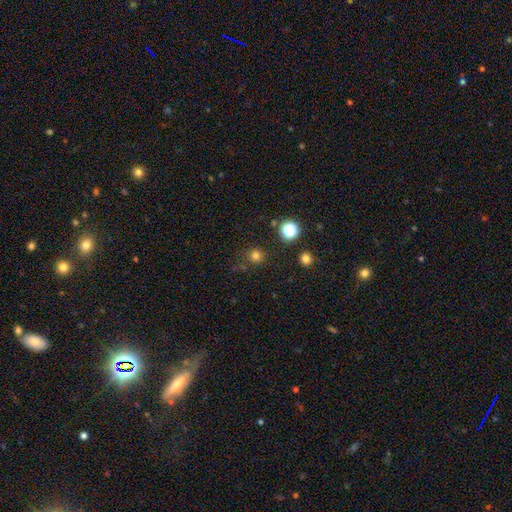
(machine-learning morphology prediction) This is likely a smooth galaxy (75%). How rounded: clearly round (93%). Merging: clearly none (83%).